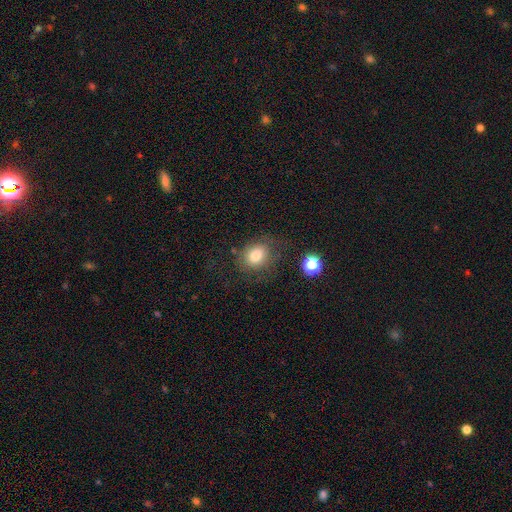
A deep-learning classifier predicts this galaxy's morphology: A smooth galaxy with no disk features (78%) that is round (54%). Merging: none (70%).